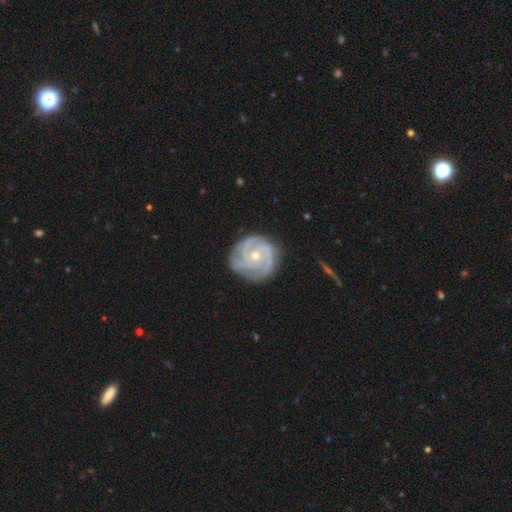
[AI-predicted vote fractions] This is clearly a featured or disk galaxy (90%). It is clearly not viewed edge-on (98%). Bar: likely no (72%). Spiral arm pattern: clearly yes (98%). Spiral arm count: possibly 3 (57%). Spiral winding: likely tight (69%). Central bulge: possibly small (55%). Merging: likely none (79%).